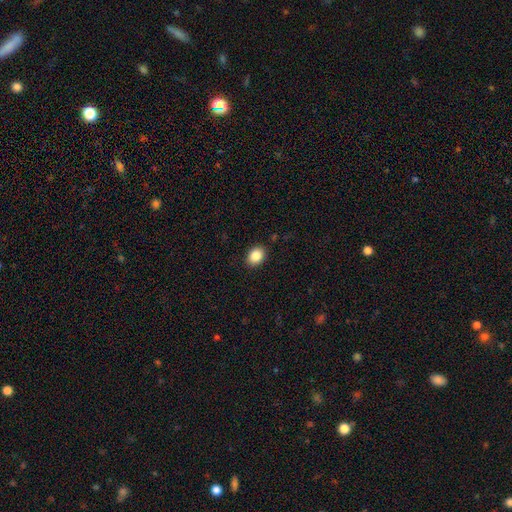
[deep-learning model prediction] The model was most divided on "how rounded": in between: 62%, round: 37%, cigar-shaped: 1%. More confident: merging — none (89%); smooth or featured — smooth (86%).